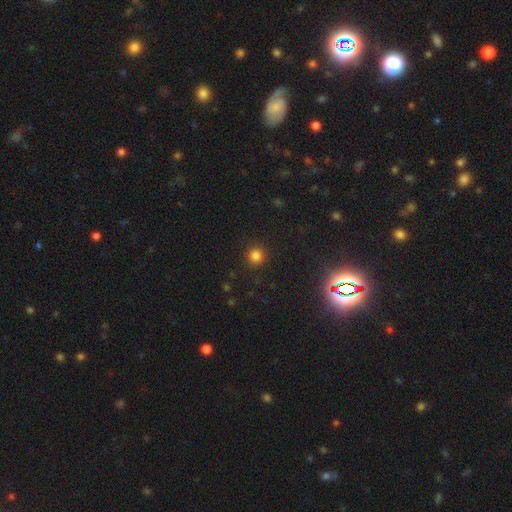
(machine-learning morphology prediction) Smooth or featured? smooth (82%)
How rounded? round (95%)
Merging? none (91%)